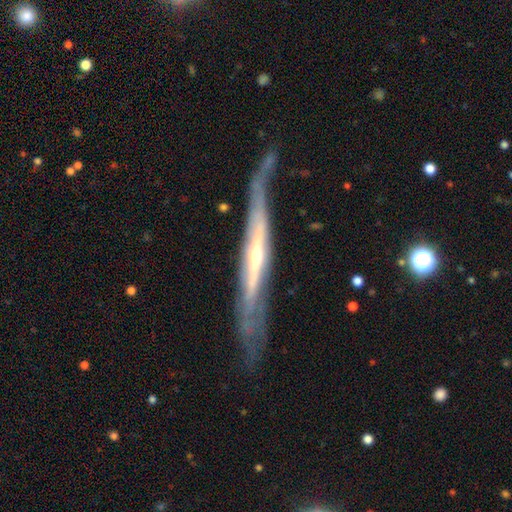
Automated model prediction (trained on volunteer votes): The model was most divided on "edge-on bulge": rounded: 65%, none: 30%, boxy: 5%. More confident: edge-on disk — yes (82%); smooth or featured — featured or disk (82%); merging — none (62%).